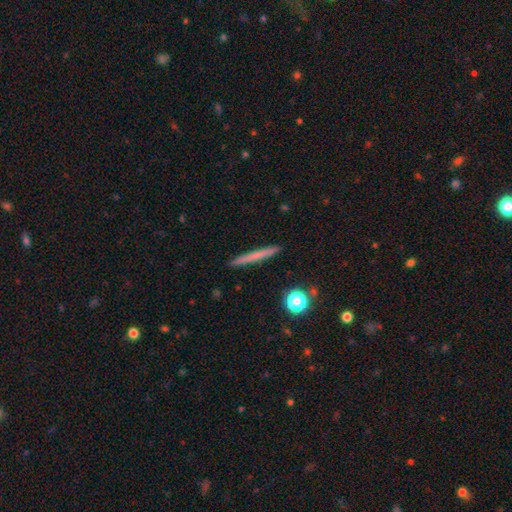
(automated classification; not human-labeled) Morphology: type=smooth (60%); roundness=cigar-shaped (96%); merging=none (92%).